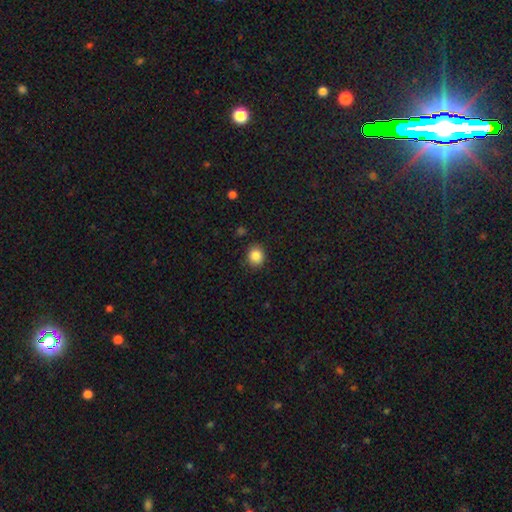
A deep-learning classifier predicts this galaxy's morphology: smooth 86%, star or artifact 10%, featured or disk 4%. Down the decision tree: how rounded — round (79%); merging — none (88%).